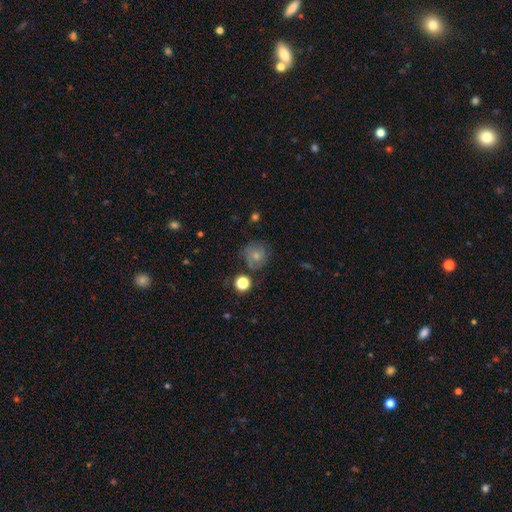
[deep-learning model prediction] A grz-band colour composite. It shows a smooth galaxy with no disk features (62%) that is round (86%). Merging: none (64%).